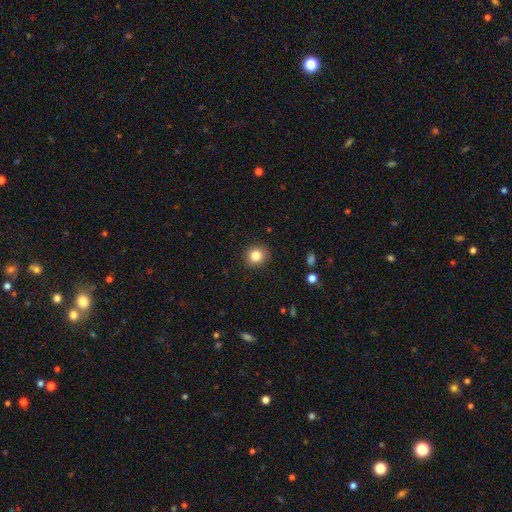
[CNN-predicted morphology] smooth_or_featured: smooth (p=0.84) [alt: star or artifact p=0.10]
how_rounded: round (p=0.88) [alt: in between p=0.11]
merging: none (p=0.89) [alt: minor disturbance p=0.08]